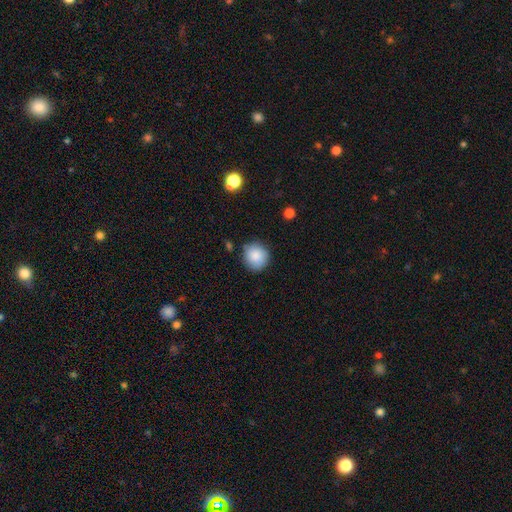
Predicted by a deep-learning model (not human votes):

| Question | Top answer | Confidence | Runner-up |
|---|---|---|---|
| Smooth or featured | smooth | 87% | star or artifact (8%) |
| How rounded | round | 90% | in between (9%) |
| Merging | none | 84% | minor disturbance (11%) |